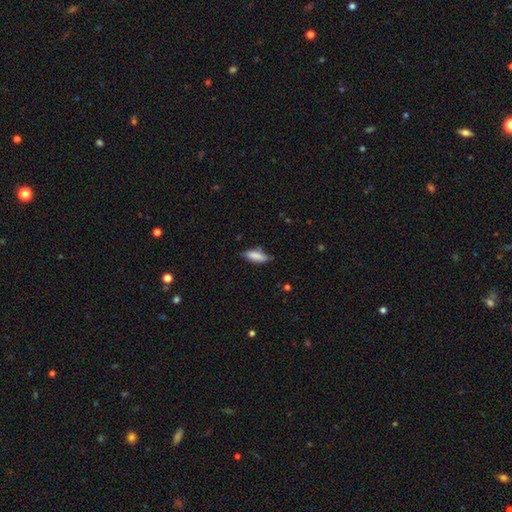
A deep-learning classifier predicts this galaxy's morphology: The model was most divided on "how rounded": in between: 59%, cigar-shaped: 39%, round: 2%. More confident: smooth or featured — smooth (84%); merging — none (71%).